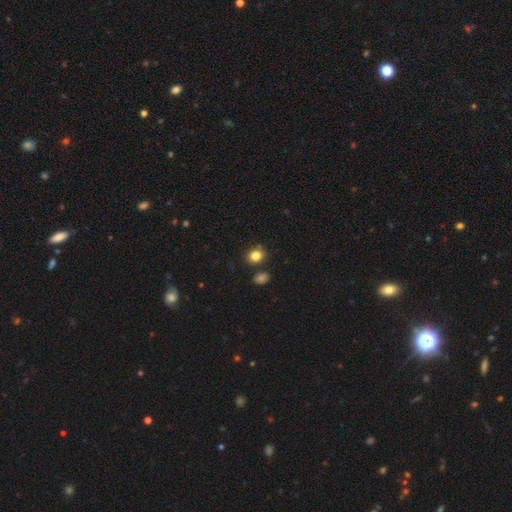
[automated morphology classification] smooth_or_featured: smooth (p=0.83) [alt: star or artifact p=0.11]
how_rounded: round (p=0.67) [alt: in between p=0.32]
merging: none (p=0.81) [alt: minor disturbance p=0.10]